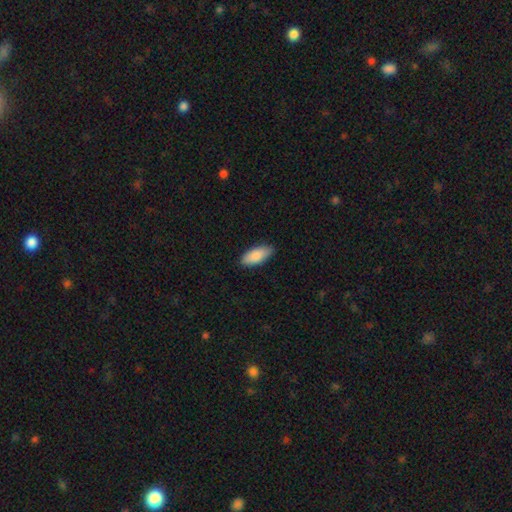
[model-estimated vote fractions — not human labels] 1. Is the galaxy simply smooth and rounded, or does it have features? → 87% smooth, 8% featured or disk, 6% star or artifact.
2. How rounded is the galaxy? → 86% in between, 13% cigar-shaped, 2% round.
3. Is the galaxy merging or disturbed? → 87% none, 10% minor disturbance, 2% major disturbance, 1% merger.